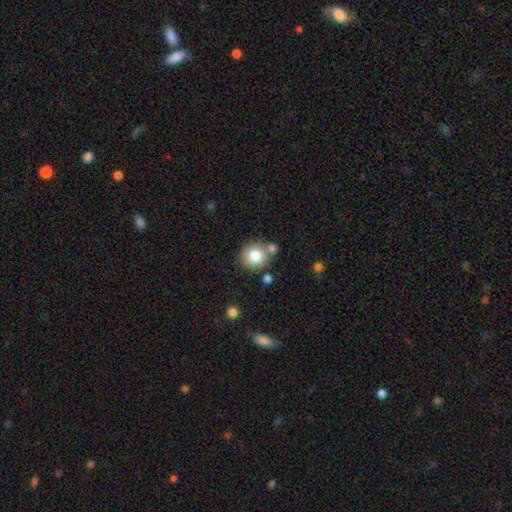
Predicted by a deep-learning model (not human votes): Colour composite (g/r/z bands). It shows a smooth galaxy with no disk features (78%) that is round (88%). Merging: none (73%).